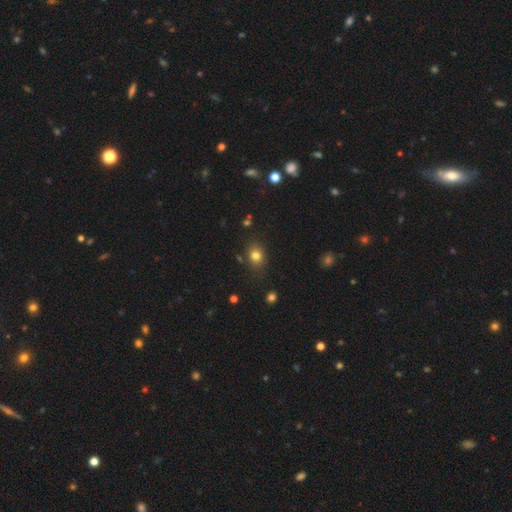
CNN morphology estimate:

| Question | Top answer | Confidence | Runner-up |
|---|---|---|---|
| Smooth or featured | smooth | 78% | star or artifact (14%) |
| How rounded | round | 55% | in between (44%) |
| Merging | none | 78% | minor disturbance (14%) |